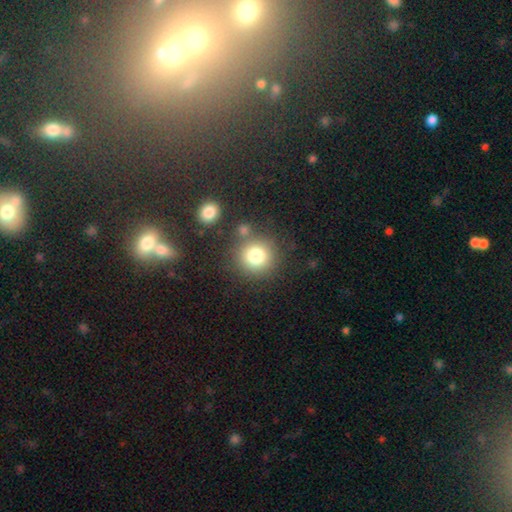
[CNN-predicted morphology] This appears to be a smooth galaxy with no disk features (79%) that is round (93%). Merging: none (76%).